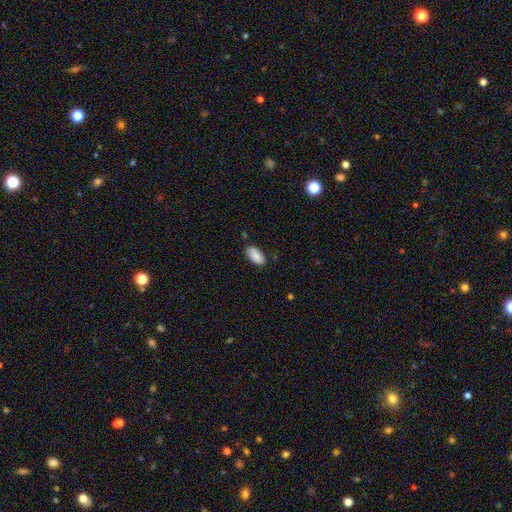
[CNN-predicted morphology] Smooth or featured? smooth (86%)
How rounded? in between (93%)
Merging? none (82%)